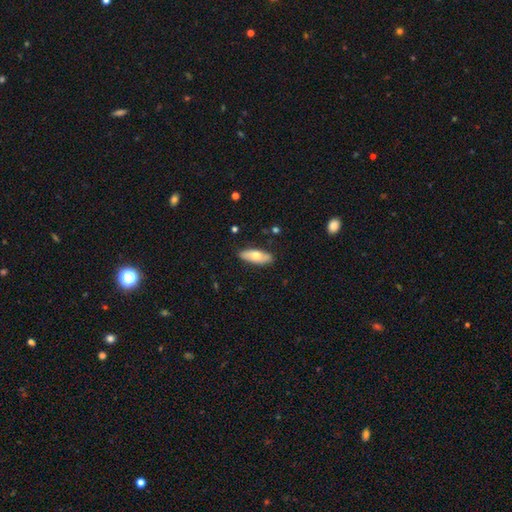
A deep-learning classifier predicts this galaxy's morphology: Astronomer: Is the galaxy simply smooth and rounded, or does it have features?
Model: smooth — 59% (runner-up: featured or disk, 36%).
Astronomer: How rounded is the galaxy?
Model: in between — 72%.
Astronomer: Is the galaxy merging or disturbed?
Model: none — 86%.